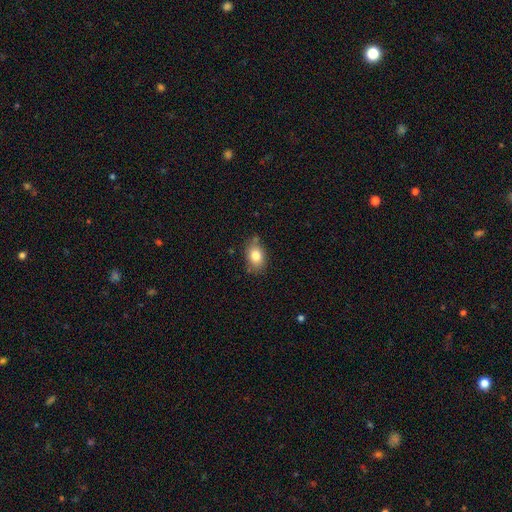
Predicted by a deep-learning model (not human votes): smooth-or-featured: smooth: 81% | featured or disk: 10% | star or artifact: 9%
  how-rounded: in between: 76% | round: 22% | cigar-shaped: 1%
  merging: none: 74% | minor disturbance: 18% | merger: 4% | major disturbance: 4%